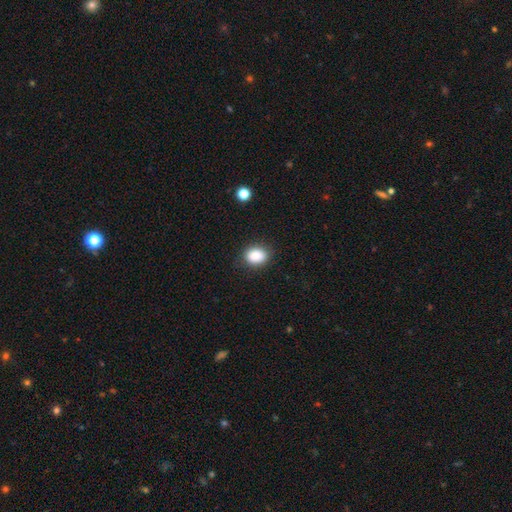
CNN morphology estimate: The model was most divided on "how rounded": in between: 61%, round: 38%, cigar-shaped: 1%. More confident: smooth or featured — smooth (87%); merging — none (85%).